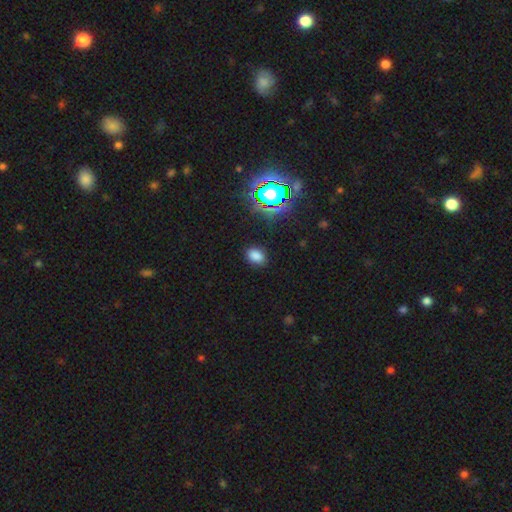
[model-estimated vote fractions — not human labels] Q: Smooth or featured?
A: smooth (76%); runner-up: star or artifact (19%)
Q: How rounded?
A: in between (77%); runner-up: round (21%)
Q: Merging?
A: none (85%); runner-up: minor disturbance (11%)